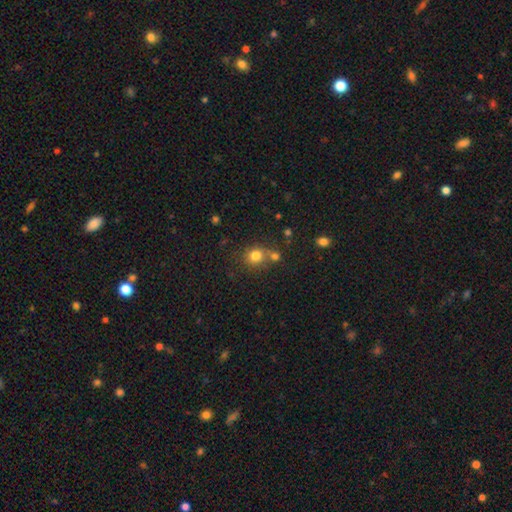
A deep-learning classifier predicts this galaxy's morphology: Smooth or featured: smooth — 79% (star or artifact — 13%)
How rounded: round — 77% (in between — 22%)
Merging: none — 56% (merger — 29%)